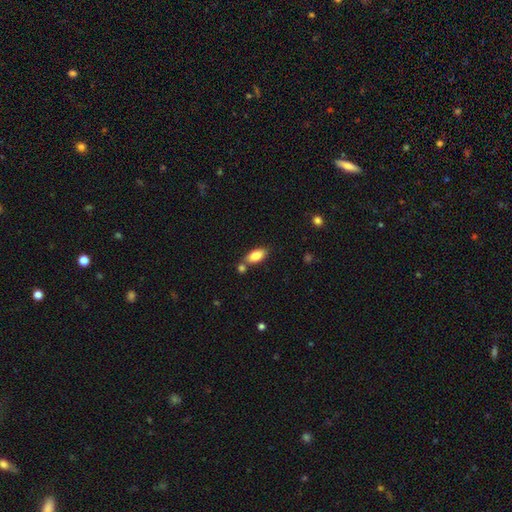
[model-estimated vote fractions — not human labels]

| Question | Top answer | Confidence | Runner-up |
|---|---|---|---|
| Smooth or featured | smooth | 84% | featured or disk (9%) |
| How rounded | in between | 88% | cigar-shaped (9%) |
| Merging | none | 67% | merger (18%) |